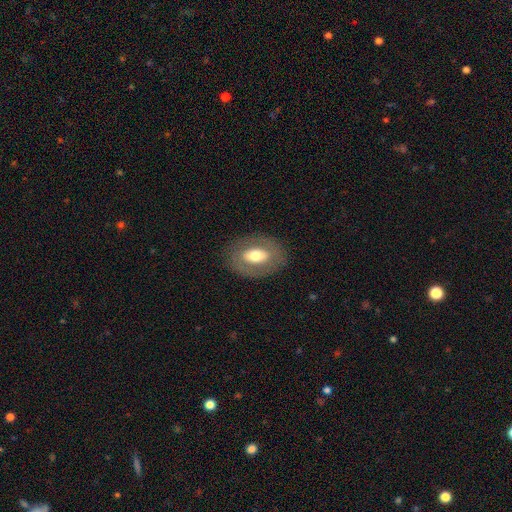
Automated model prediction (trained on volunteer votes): smooth-or-featured: smooth: 51% | featured or disk: 41% | star or artifact: 7%
  how-rounded: in between: 81% | round: 18% | cigar-shaped: 2%
  merging: none: 82% | minor disturbance: 11% | major disturbance: 6% | merger: 1%